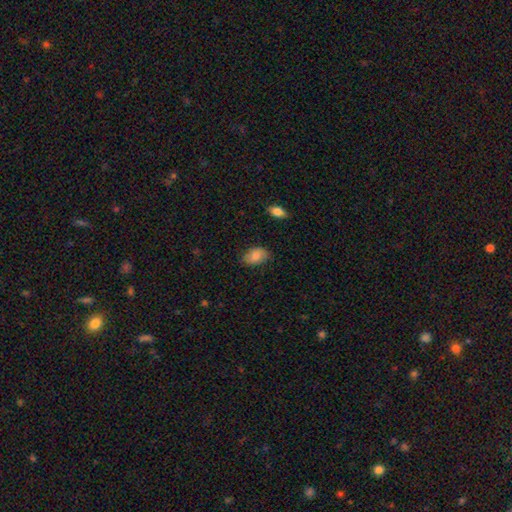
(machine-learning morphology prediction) Overall: smooth (82%). How rounded: in between (89%). Merging: none (80%).